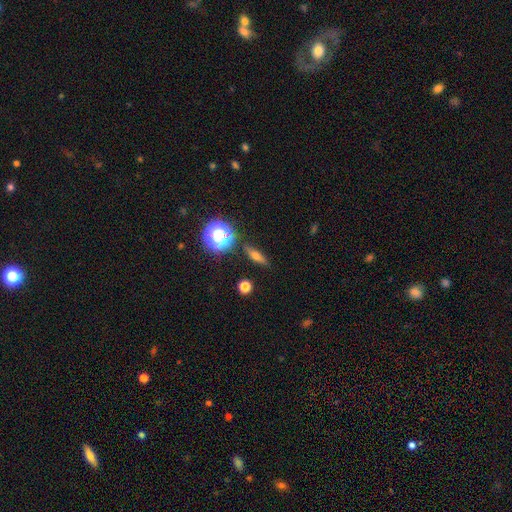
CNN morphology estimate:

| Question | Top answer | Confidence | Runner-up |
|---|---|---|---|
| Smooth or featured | smooth | 49% | featured or disk (34%) |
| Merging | none | 87% | minor disturbance (9%) |